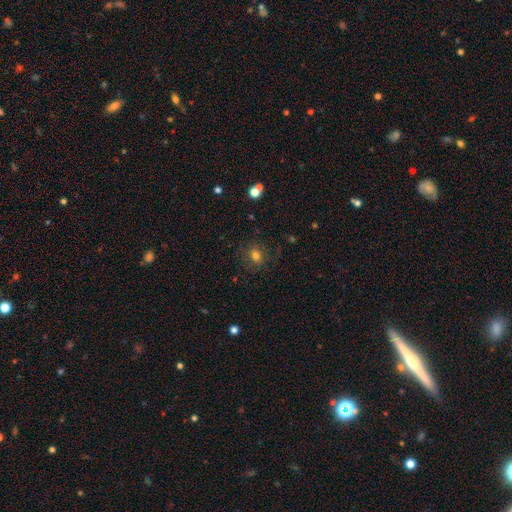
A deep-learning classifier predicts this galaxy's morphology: The model was most divided on "how rounded": round: 66%, in between: 33%, cigar-shaped: 1%. More confident: merging — none (78%); smooth or featured — smooth (71%).